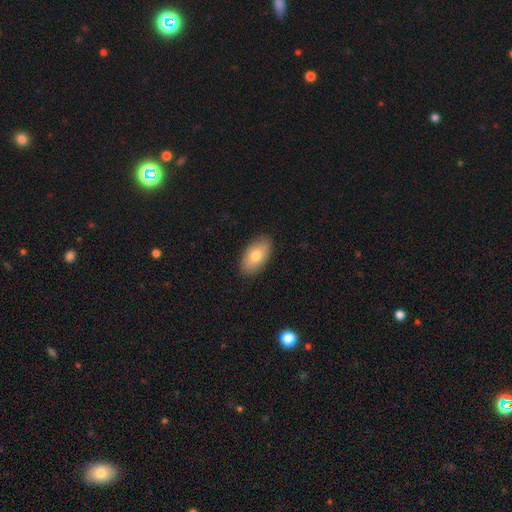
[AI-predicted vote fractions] Smooth or featured? smooth (76%)
How rounded? in between (94%)
Merging? none (88%)